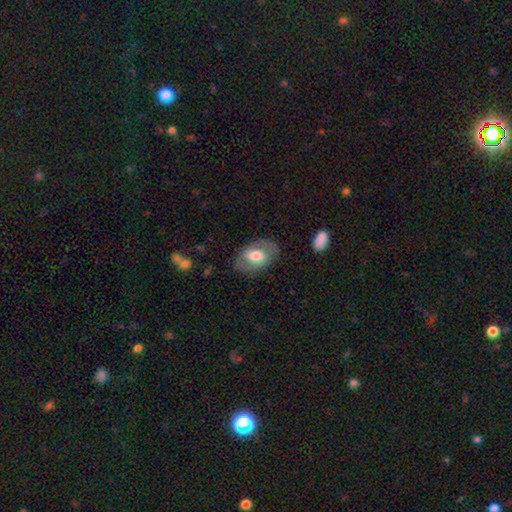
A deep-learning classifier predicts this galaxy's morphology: Q: Smooth or featured?
A: smooth (52%); runner-up: featured or disk (41%)
Q: How rounded?
A: in between (86%); runner-up: round (13%)
Q: Merging?
A: none (76%); runner-up: minor disturbance (15%)